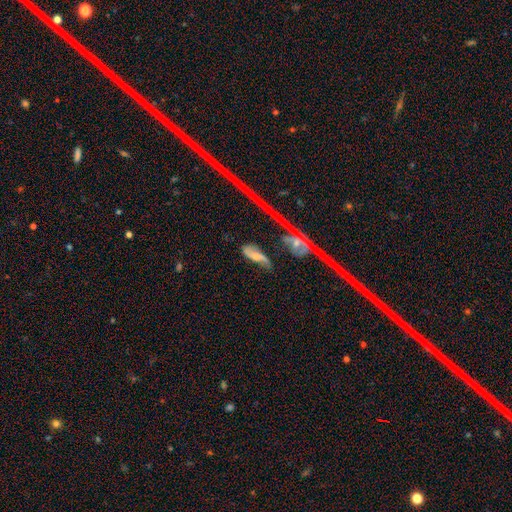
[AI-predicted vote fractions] This appears to be a featured or disk galaxy (59%) with no bar (55%), spiral arms (83%) and a moderate central bulge (49%). Merging: none (52%).